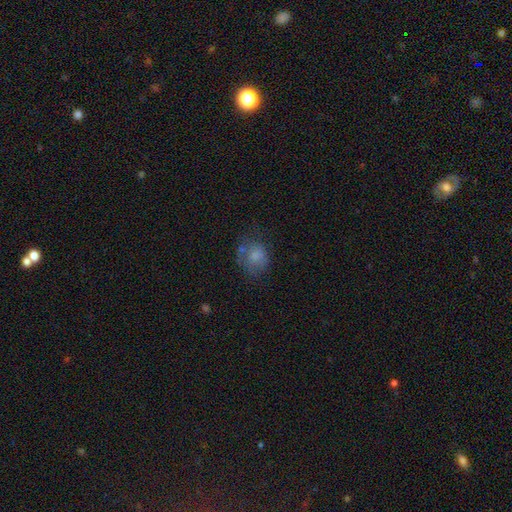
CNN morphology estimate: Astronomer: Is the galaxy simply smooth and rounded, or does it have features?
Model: smooth — 71%.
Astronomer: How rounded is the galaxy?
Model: round — 65%.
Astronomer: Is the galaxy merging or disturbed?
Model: none — 52%.